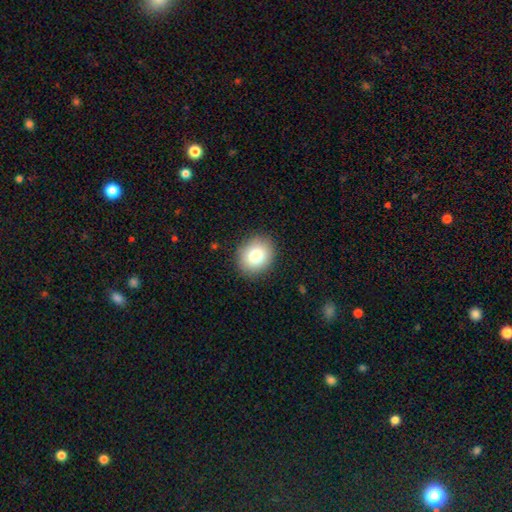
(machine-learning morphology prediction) type=smooth (80%); roundness=round (60%); merging=none (89%).